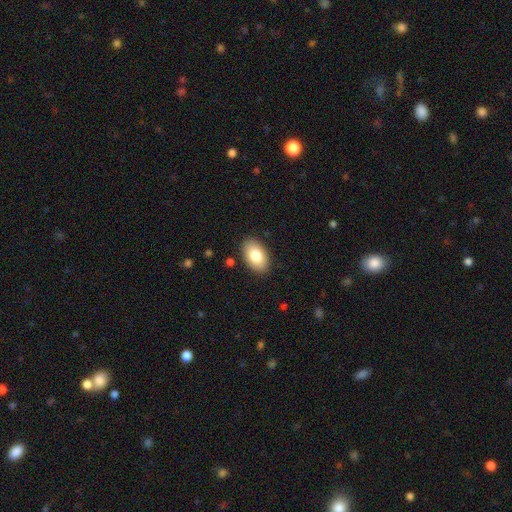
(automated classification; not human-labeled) smooth_or_featured: smooth (p=0.81) [alt: featured or disk p=0.12]
how_rounded: in between (p=0.93) [alt: round p=0.05]
merging: none (p=0.88) [alt: minor disturbance p=0.09]